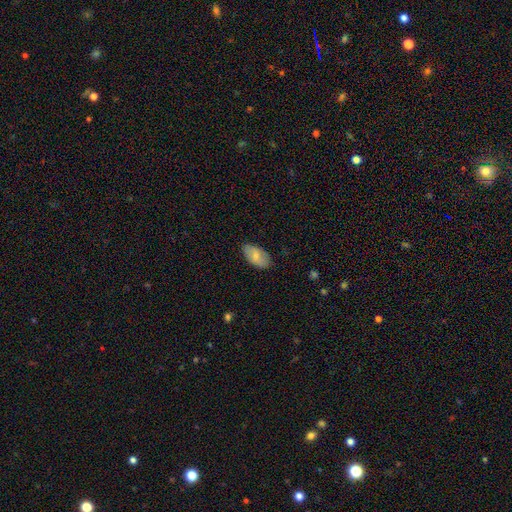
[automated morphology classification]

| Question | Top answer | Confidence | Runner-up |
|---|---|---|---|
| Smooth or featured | smooth | 72% | featured or disk (21%) |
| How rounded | in between | 94% | round (4%) |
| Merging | none | 80% | minor disturbance (16%) |